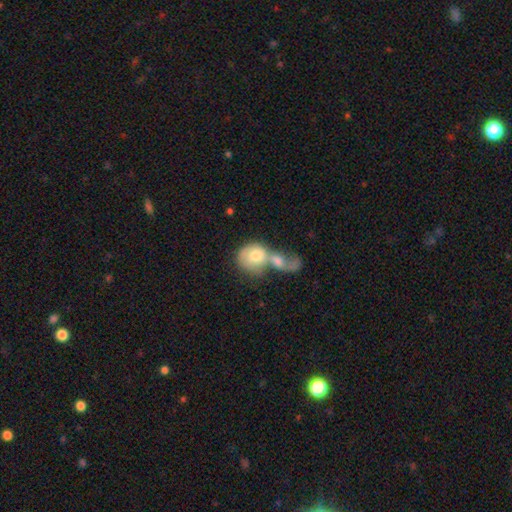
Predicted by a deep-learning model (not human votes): A smooth galaxy with no disk features (62%) that is round (62%). Merging: merger (76%).